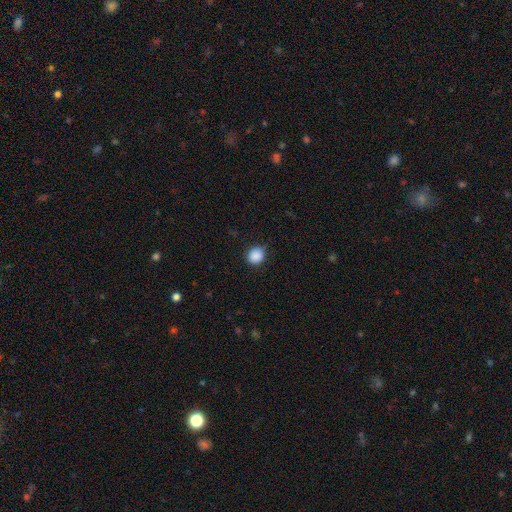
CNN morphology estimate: Smooth or featured? smooth (89%)
How rounded? round (81%)
Merging? none (88%)